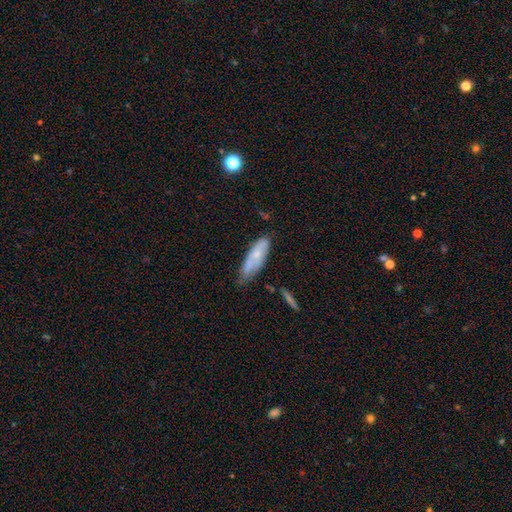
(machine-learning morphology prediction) type=smooth (57%); roundness=in between (52%); merging=none (54%).